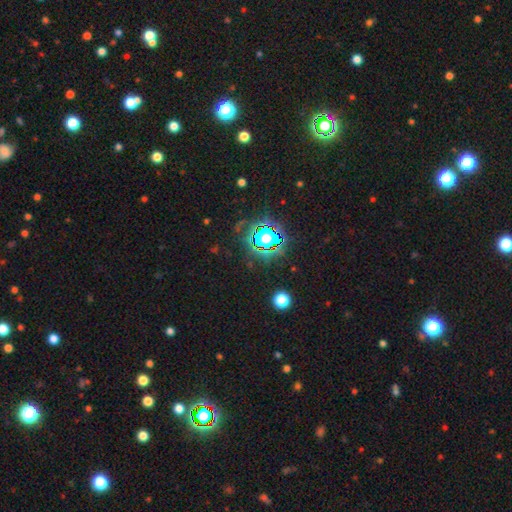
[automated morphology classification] Q: Smooth or featured?
A: star or artifact (82%); runner-up: smooth (11%)